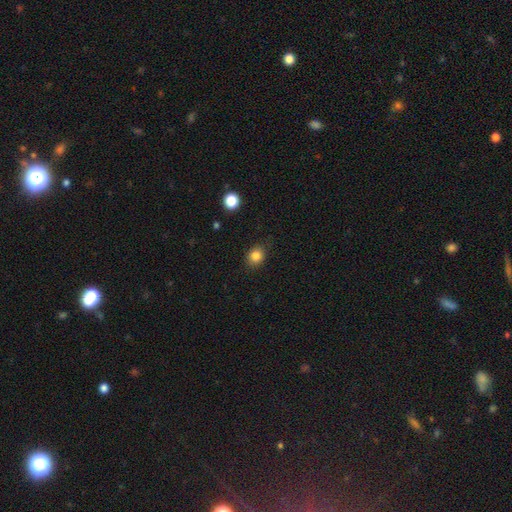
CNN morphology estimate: The model was most divided on "how rounded": round: 62%, in between: 37%, cigar-shaped: 1%. More confident: smooth or featured — smooth (83%); merging — none (83%).